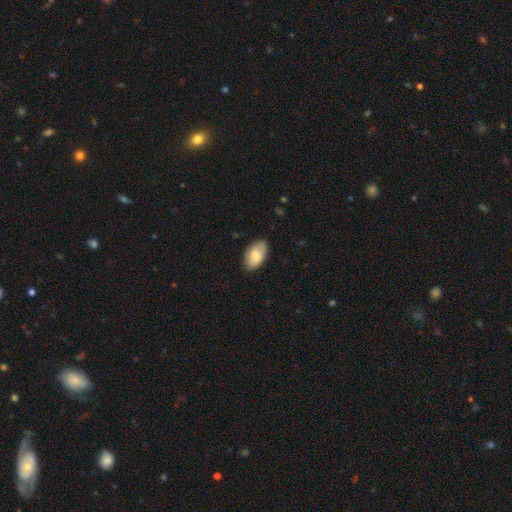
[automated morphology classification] Q: Smooth or featured?
A: smooth (83%); runner-up: featured or disk (11%)
Q: How rounded?
A: in between (95%); runner-up: round (4%)
Q: Merging?
A: none (84%); runner-up: minor disturbance (12%)